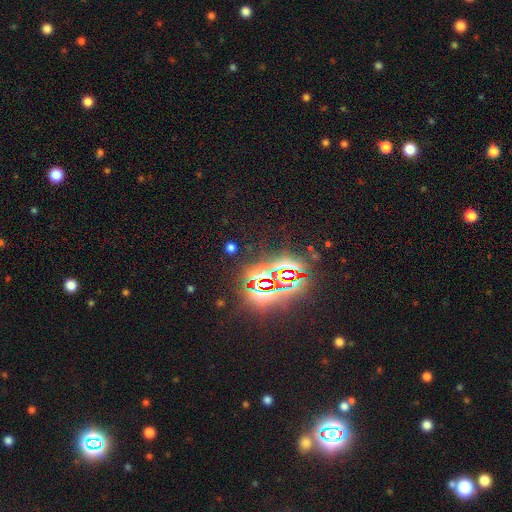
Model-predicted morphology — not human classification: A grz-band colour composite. It shows a star or artifact, not a galaxy (79%).